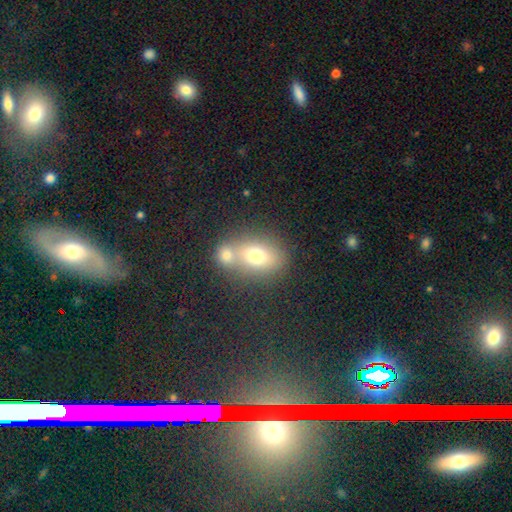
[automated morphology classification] Smooth or featured? Predicted: smooth (p=0.71). How rounded? Predicted: in between (p=0.64). Merging? Predicted: merger (p=0.47).